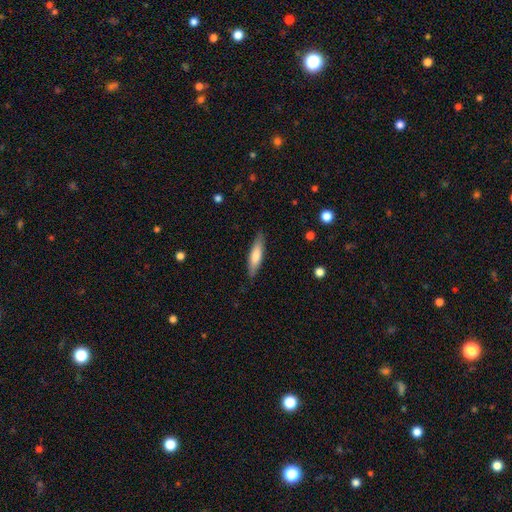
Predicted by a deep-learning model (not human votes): smooth_or_featured: smooth (p=0.71) [alt: featured or disk p=0.24]
how_rounded: cigar-shaped (p=0.74) [alt: in between p=0.25]
merging: none (p=0.86) [alt: minor disturbance p=0.11]